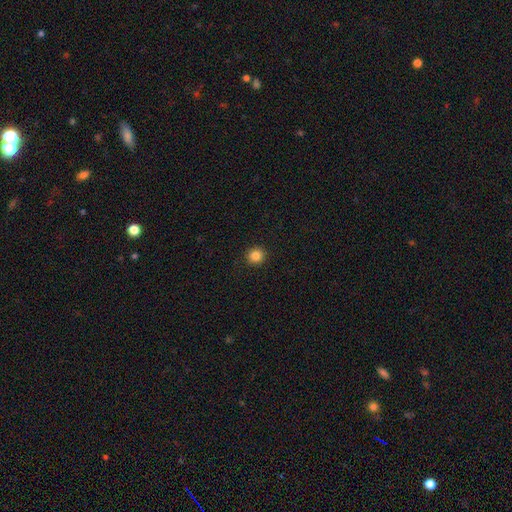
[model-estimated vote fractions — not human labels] This appears to be a smooth galaxy with no disk features (85%) that is round (93%). Merging: none (92%).